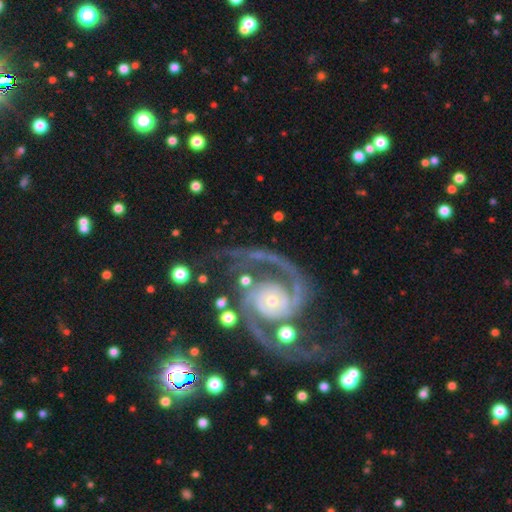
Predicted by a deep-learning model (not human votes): smooth_or_featured: featured or disk (p=0.93) [alt: star or artifact p=0.05]
disk_edge_on: no (p=0.98) [alt: yes p=0.02]
bar: no (p=0.70) [alt: weak p=0.19]
has_spiral_arms: yes (p=0.99) [alt: no p=0.01]
spiral_winding: medium (p=0.55) [alt: tight p=0.30]
spiral_arm_count: 2 (p=0.92) [alt: 3 p=0.02]
bulge_size: small (p=0.72) [alt: moderate p=0.22]
merging: none (p=0.64) [alt: minor disturbance p=0.15]